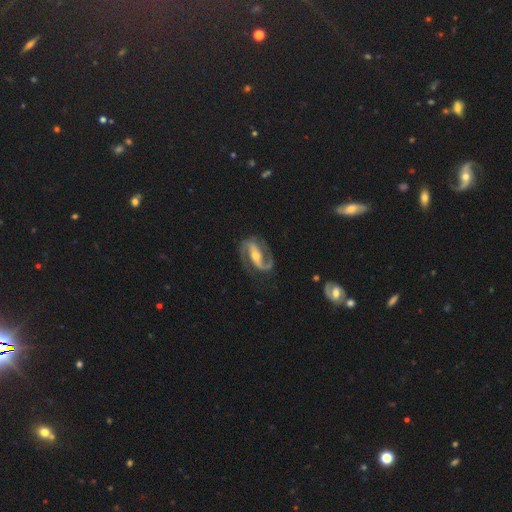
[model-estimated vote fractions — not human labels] featured or disk 91%, smooth 5%, star or artifact 4%. Down the decision tree: edge-on disk — no (96%); bar — strong (60%); spiral arms — yes (97%); spiral arm count — 2 (91%); spiral winding — medium (54%); bulge size — moderate (59%); merging — none (78%).